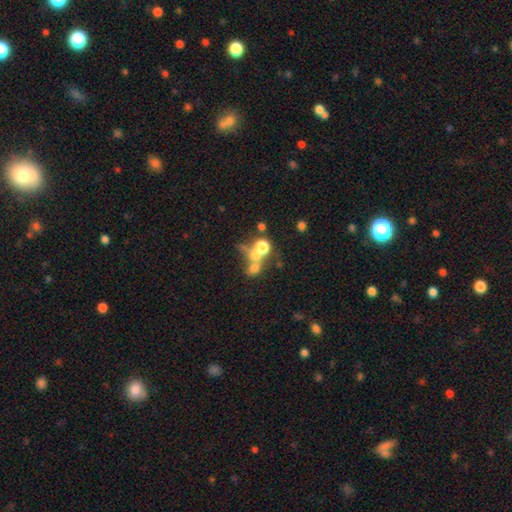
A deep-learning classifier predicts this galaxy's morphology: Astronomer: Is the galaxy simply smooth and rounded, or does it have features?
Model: smooth — 52%.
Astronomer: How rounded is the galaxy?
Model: round — 71%.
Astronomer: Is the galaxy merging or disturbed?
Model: merger — 51% (runner-up: none, 31%).